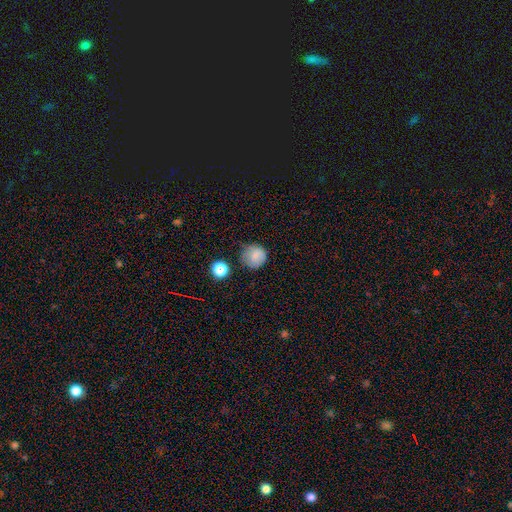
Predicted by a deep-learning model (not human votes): The model was most divided on "merging": none: 70%, minor disturbance: 22%, major disturbance: 5%, merger: 3%. More confident: how rounded — round (91%); smooth or featured — smooth (80%).